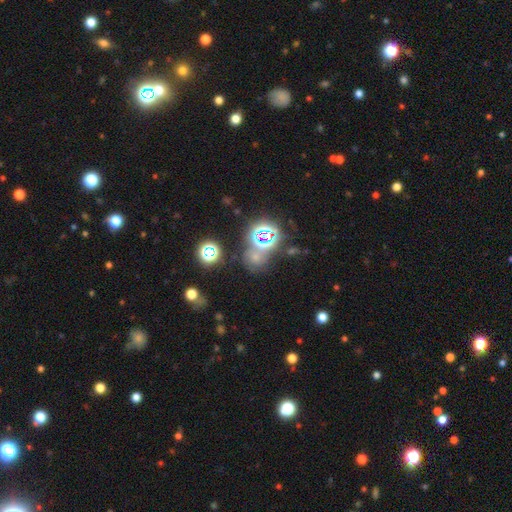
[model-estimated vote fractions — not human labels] Morphology: type=star or artifact (55%).